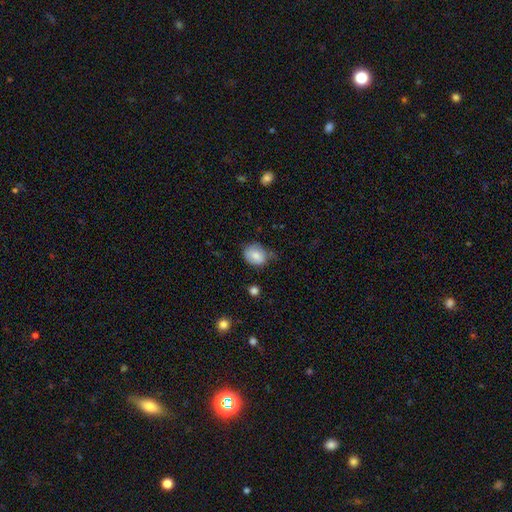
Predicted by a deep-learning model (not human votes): Smooth or featured: smooth — 79% (featured or disk — 13%)
How rounded: round — 53% (in between — 46%)
Merging: none — 52% (minor disturbance — 36%)